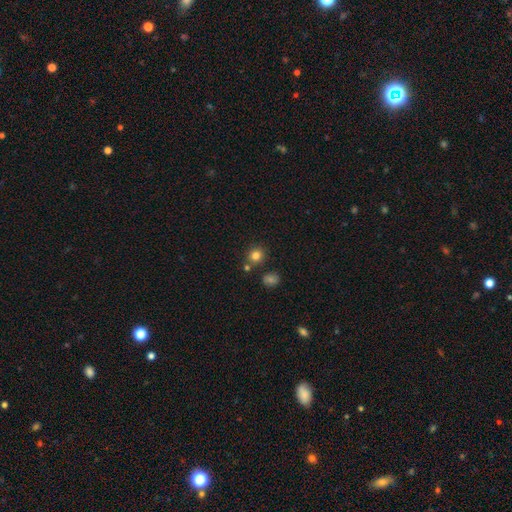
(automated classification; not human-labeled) smooth_or_featured: smooth (p=0.81) [alt: star or artifact p=0.13]
how_rounded: round (p=0.87) [alt: in between p=0.12]
merging: none (p=0.78) [alt: merger p=0.11]